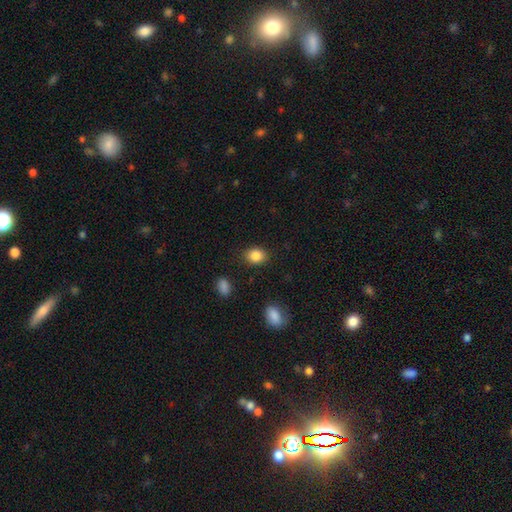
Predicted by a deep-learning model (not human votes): A smooth galaxy with no disk features (86%) that is in between round and cigar-shaped (60%).

Vote fractions:
- Smooth or featured? smooth: 86% / star or artifact: 9% / featured or disk: 5%
- How rounded? in between: 60% / round: 39% / cigar-shaped: 1%
- Merging? none: 85% / minor disturbance: 10% / major disturbance: 3% / merger: 2%